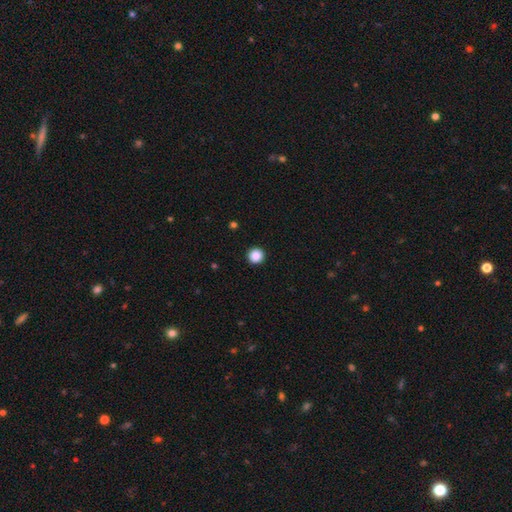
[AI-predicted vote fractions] Morphology: type=smooth (88%); roundness=round (96%); merging=none (94%).